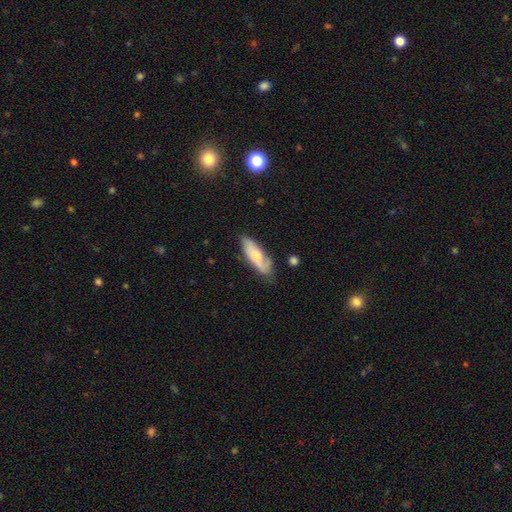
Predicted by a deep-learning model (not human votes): This is possibly a smooth galaxy (57%). How rounded: likely in between (65%). Merging: likely none (65%).